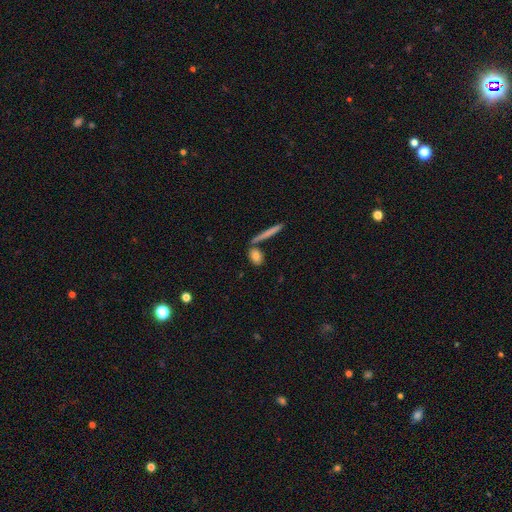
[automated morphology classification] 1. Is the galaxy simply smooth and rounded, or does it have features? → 80% smooth, 13% featured or disk, 7% star or artifact.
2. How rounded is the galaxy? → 61% in between, 25% cigar-shaped, 14% round.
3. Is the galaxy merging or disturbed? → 70% none, 16% merger, 11% minor disturbance, 4% major disturbance.